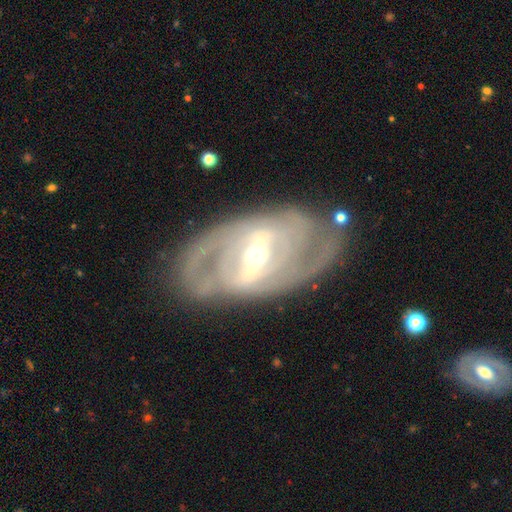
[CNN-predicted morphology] type=featured or disk (88%); edge-on=no (94%); bar=strong (62%); spiral arms=yes (90%); winding=tight (56%); arm count=2 (46%); bulge=small (50%); merging=none (77%).